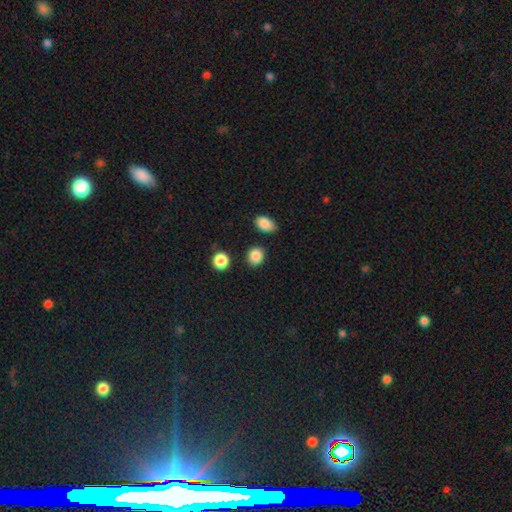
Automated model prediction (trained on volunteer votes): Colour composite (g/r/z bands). It shows a smooth galaxy with no disk features (86%) that is round (72%). Merging: none (84%).